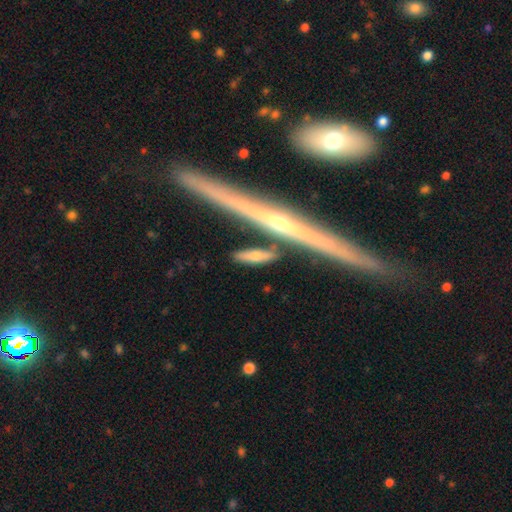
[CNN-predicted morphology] smooth-or-featured: featured or disk: 54% | smooth: 37% | star or artifact: 9%
  disk-edge-on: yes: 92% | no: 8%
    edge-on-bulge: rounded: 64% | none: 30% | boxy: 6%
  merging: none: 75% | minor disturbance: 13% | merger: 9% | major disturbance: 3%